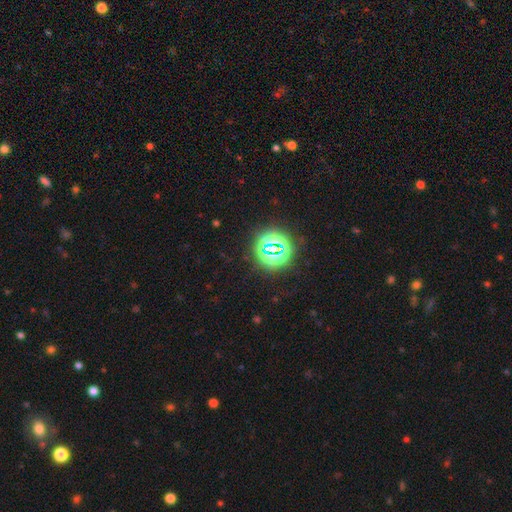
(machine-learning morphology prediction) Overall: star or artifact (82%).